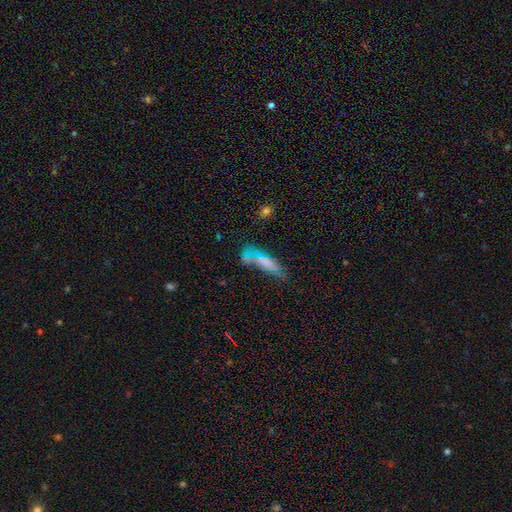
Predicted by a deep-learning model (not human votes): A smooth galaxy with no disk features (60%) that is cigar-shaped (54%). Merging: none (36%).